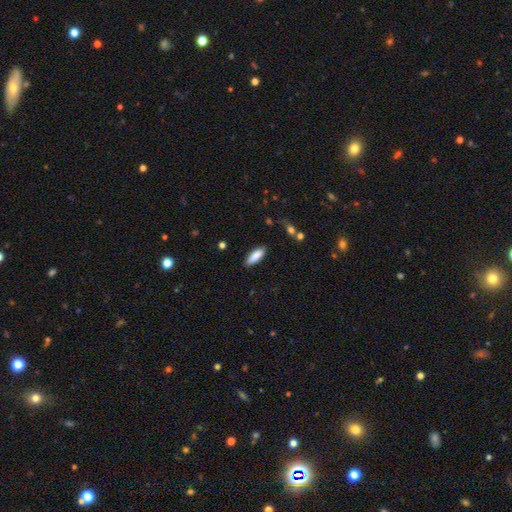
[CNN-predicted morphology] This is clearly a smooth galaxy (87%). How rounded: possibly in between (58%). Merging: clearly none (86%).